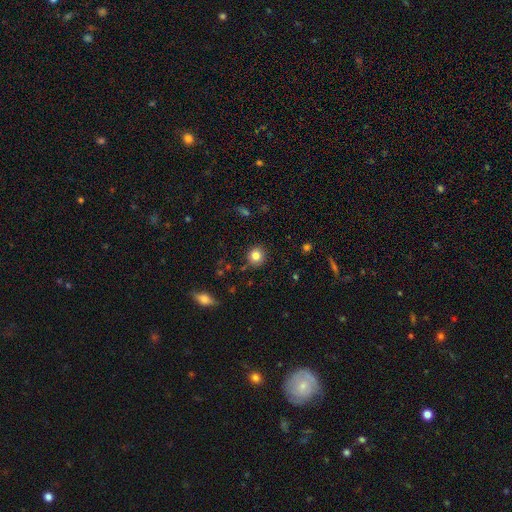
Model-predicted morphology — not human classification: smooth_or_featured: smooth (p=0.82) [alt: star or artifact p=0.11]
how_rounded: round (p=0.90) [alt: in between p=0.09]
merging: none (p=0.88) [alt: minor disturbance p=0.08]